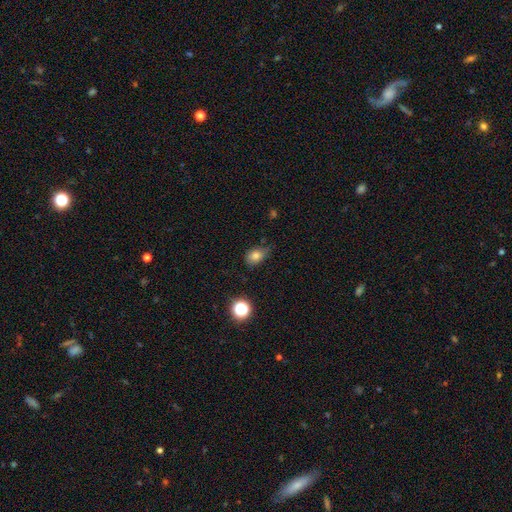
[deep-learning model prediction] Smooth or featured? Predicted: smooth (p=0.79). How rounded? Predicted: in between (p=0.71). Merging? Predicted: none (p=0.59).